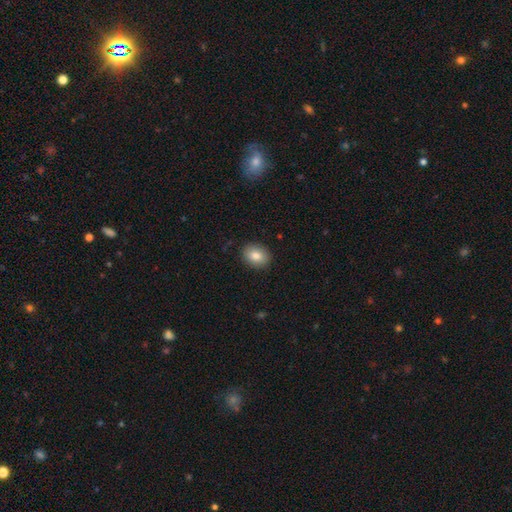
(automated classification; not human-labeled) smooth_or_featured: smooth (p=0.84) [alt: star or artifact p=0.08]
how_rounded: in between (p=0.59) [alt: round p=0.40]
merging: none (p=0.89) [alt: minor disturbance p=0.08]